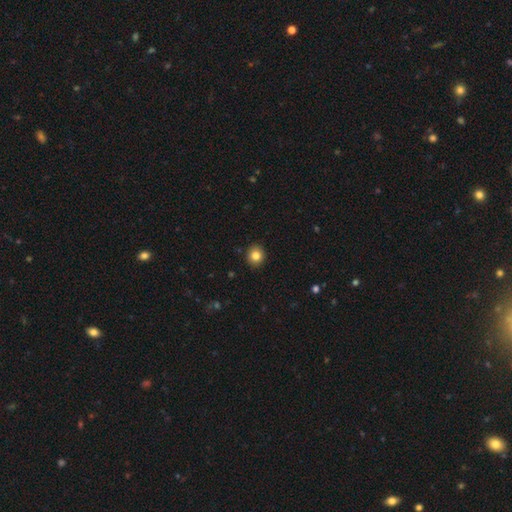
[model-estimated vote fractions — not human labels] Q: Smooth or featured?
A: smooth (83%); runner-up: star or artifact (10%)
Q: How rounded?
A: round (84%); runner-up: in between (15%)
Q: Merging?
A: none (92%); runner-up: minor disturbance (6%)